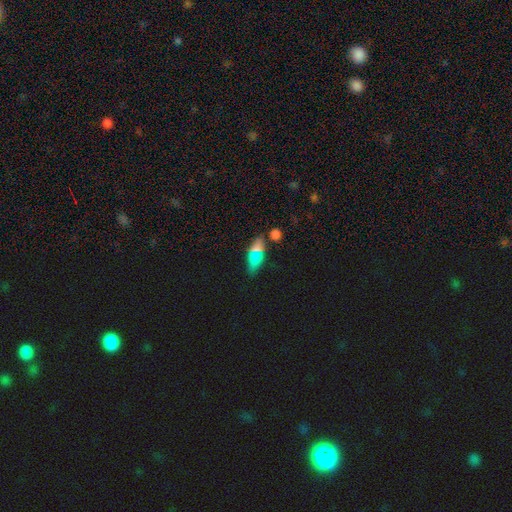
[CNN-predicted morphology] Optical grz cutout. It shows a smooth galaxy with no disk features (68%) that is in between round and cigar-shaped (69%). Merging: none (74%).